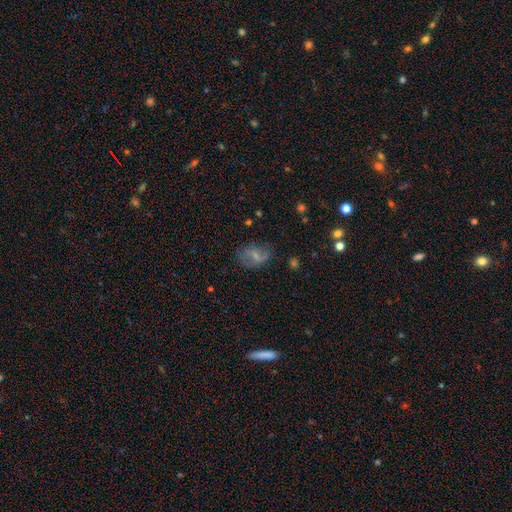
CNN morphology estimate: This is possibly a featured or disk galaxy (47%). Merging: likely none (62%).